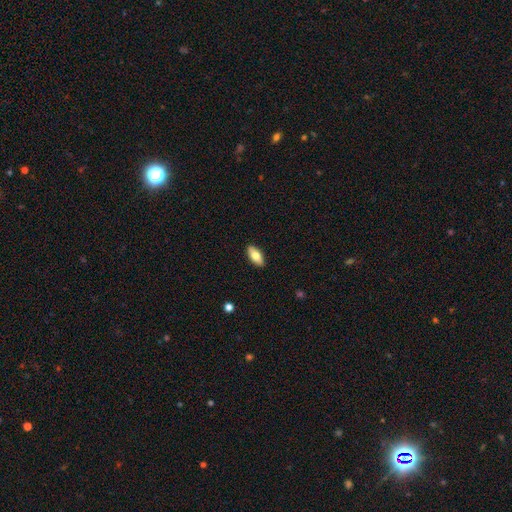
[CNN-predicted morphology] This appears to be a smooth galaxy with no disk features (75%) that is in between round and cigar-shaped (86%). Merging: none (90%).